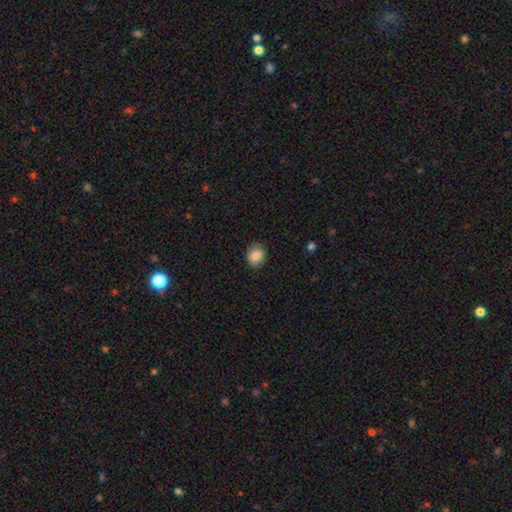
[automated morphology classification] smooth_or_featured: smooth (p=0.86) [alt: star or artifact p=0.08]
how_rounded: round (p=0.63) [alt: in between p=0.36]
merging: none (p=0.85) [alt: minor disturbance p=0.11]